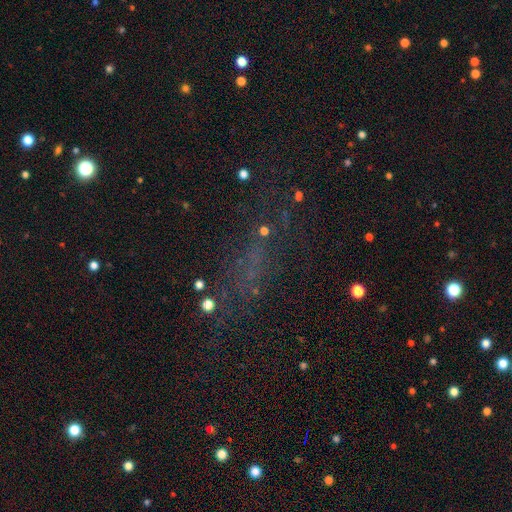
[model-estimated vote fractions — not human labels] Overall: star or artifact (53%; smooth 32%).